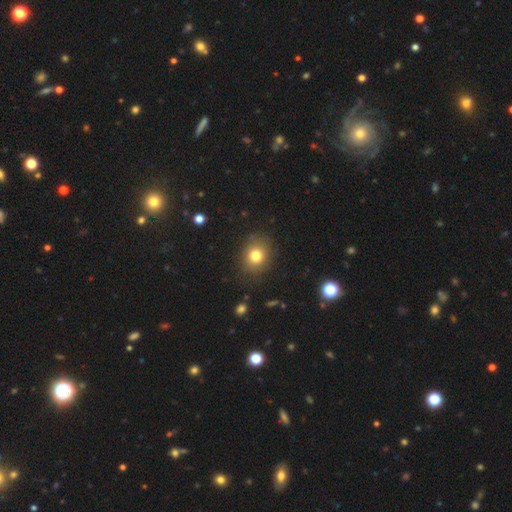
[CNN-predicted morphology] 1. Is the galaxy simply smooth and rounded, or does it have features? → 78% smooth, 12% star or artifact, 10% featured or disk.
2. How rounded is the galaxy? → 64% round, 36% in between, 1% cigar-shaped.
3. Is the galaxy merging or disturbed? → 84% none, 11% minor disturbance, 4% major disturbance, 1% merger.